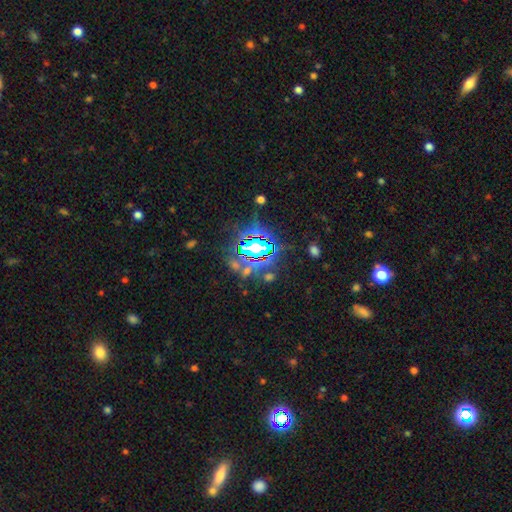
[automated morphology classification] Smooth or featured?
  - star or artifact: 80% *
  - smooth: 11%
  - featured or disk: 8%